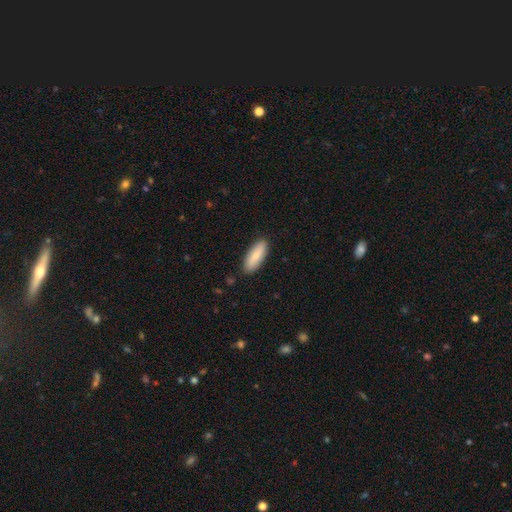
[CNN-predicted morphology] Overall: smooth (83%). How rounded: in between (66%; cigar-shaped 32%). Merging: none (87%).